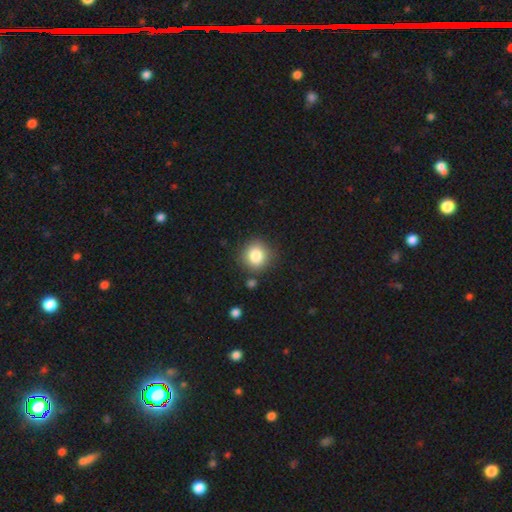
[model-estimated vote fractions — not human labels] Q: Smooth or featured?
A: smooth (83%); runner-up: star or artifact (10%)
Q: How rounded?
A: round (89%); runner-up: in between (10%)
Q: Merging?
A: none (83%); runner-up: minor disturbance (10%)